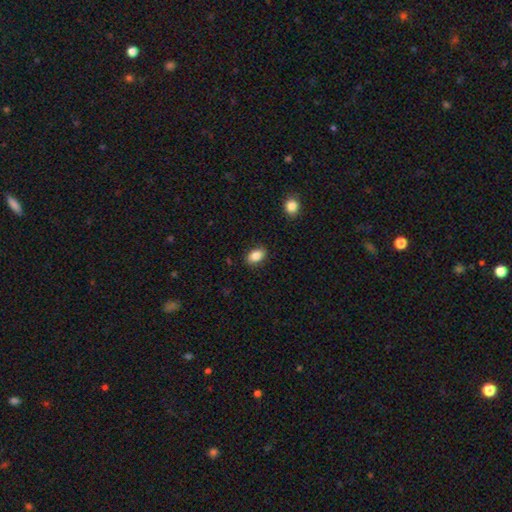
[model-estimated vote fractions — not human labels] Q: Smooth or featured?
A: smooth (86%); runner-up: star or artifact (8%)
Q: How rounded?
A: in between (87%); runner-up: round (11%)
Q: Merging?
A: none (87%); runner-up: minor disturbance (9%)